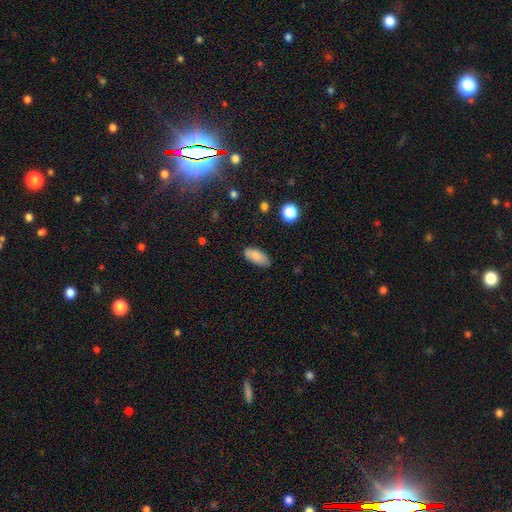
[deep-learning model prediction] Overall: smooth (82%). How rounded: in between (88%). Merging: none (81%).